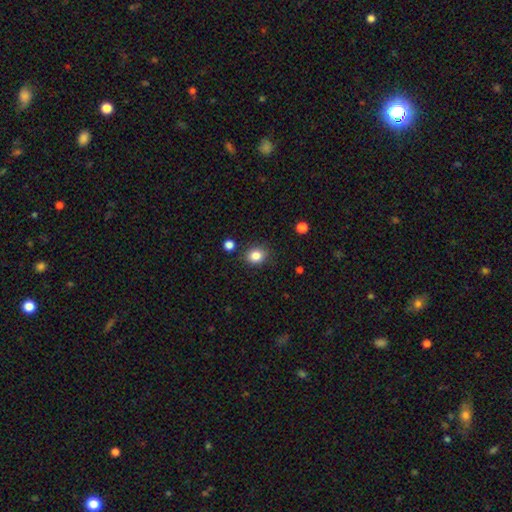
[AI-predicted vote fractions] This is clearly a smooth galaxy (84%). How rounded: likely round (69%). Merging: clearly none (85%).